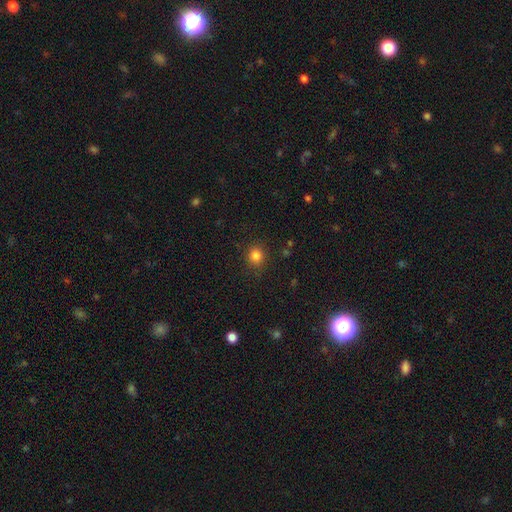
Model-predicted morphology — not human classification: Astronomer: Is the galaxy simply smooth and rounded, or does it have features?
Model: smooth — 83%.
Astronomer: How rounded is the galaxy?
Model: round — 84%.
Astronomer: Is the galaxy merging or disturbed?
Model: none — 87%.